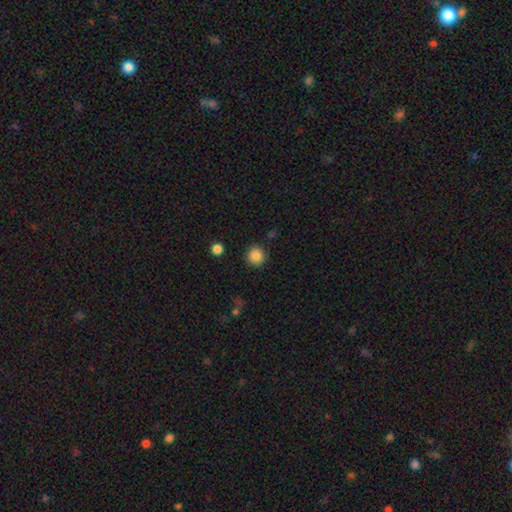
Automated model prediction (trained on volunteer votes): Smooth or featured? smooth (86%)
How rounded? round (94%)
Merging? none (89%)